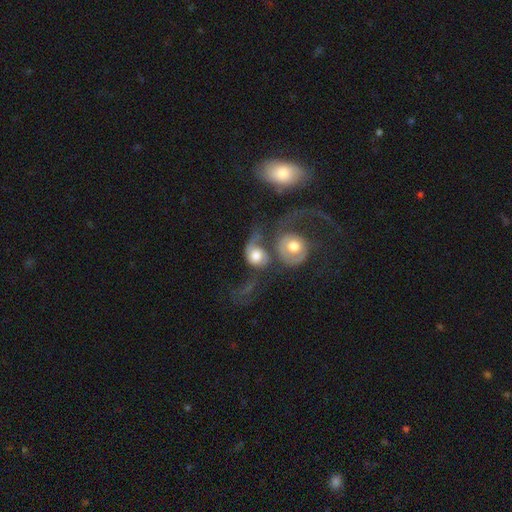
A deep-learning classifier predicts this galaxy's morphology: Smooth or featured: featured or disk — 55% (smooth — 37%)
Edge-on disk: no — 95% (yes — 5%)
Bar: no — 75% (weak — 20%)
Spiral arms: yes — 74% (no — 26%)
Bulge size: moderate — 46% (large — 36%)
Merging: merger — 52% (major disturbance — 27%)